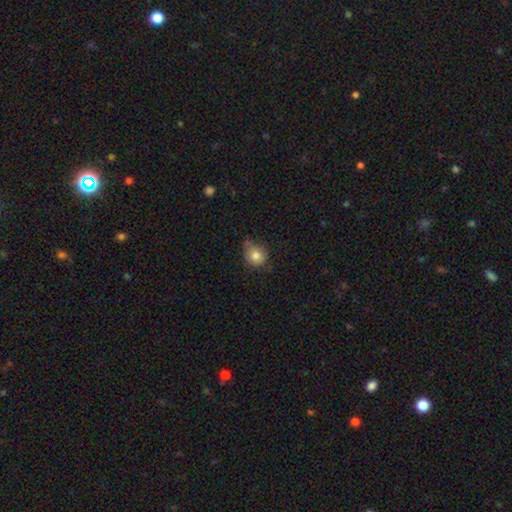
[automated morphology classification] Q: Smooth or featured?
A: smooth (81%); runner-up: star or artifact (10%)
Q: How rounded?
A: round (77%); runner-up: in between (22%)
Q: Merging?
A: none (54%); runner-up: minor disturbance (32%)